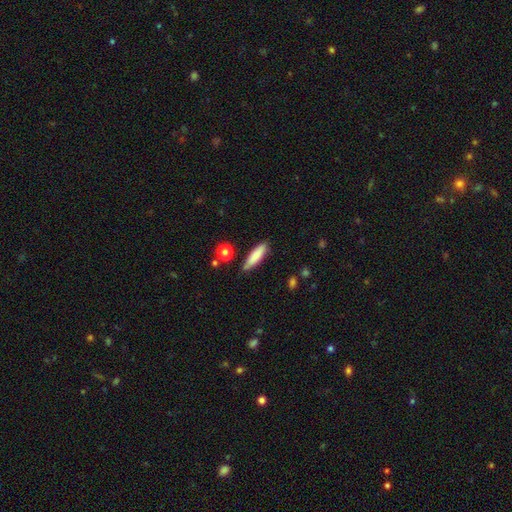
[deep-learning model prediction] Smooth or featured: smooth — 82% (featured or disk — 11%)
How rounded: cigar-shaped — 66% (in between — 33%)
Merging: none — 81% (minor disturbance — 14%)